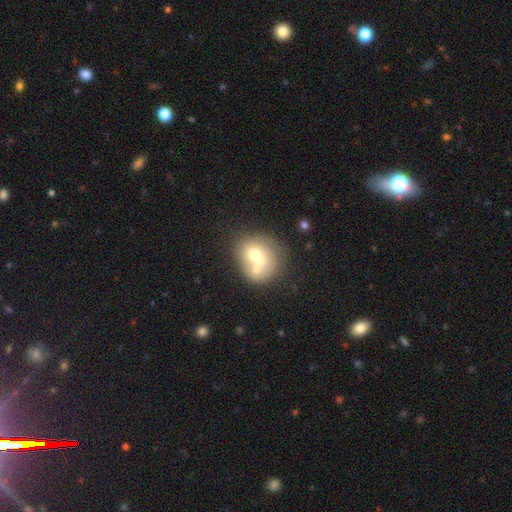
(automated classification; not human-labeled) This appears to be a smooth galaxy with no disk features (59%) that is round (71%). Merging: merger (56%).